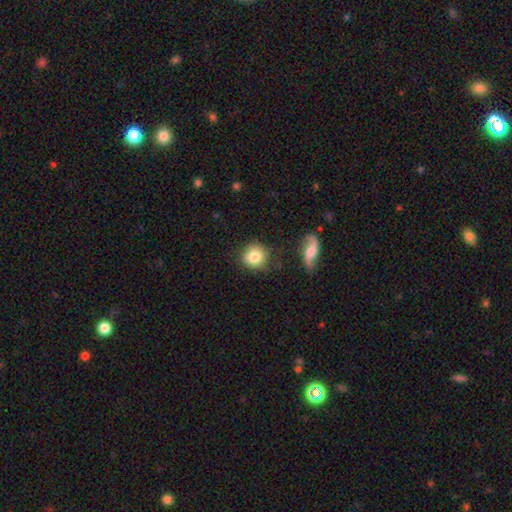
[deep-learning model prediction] smooth_or_featured: smooth (p=0.76) [alt: featured or disk p=0.13]
how_rounded: round (p=0.88) [alt: in between p=0.11]
merging: none (p=0.82) [alt: minor disturbance p=0.11]